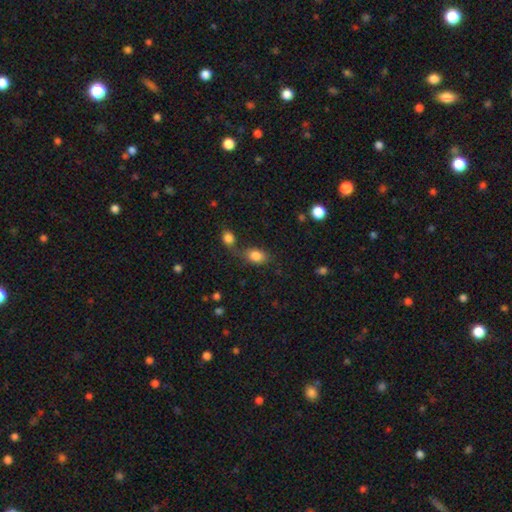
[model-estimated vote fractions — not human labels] A smooth galaxy with no disk features (83%) that is in between round and cigar-shaped (77%).

Vote fractions:
- Smooth or featured? smooth: 83% / star or artifact: 10% / featured or disk: 7%
- How rounded? in between: 77% / round: 21% / cigar-shaped: 2%
- Merging? none: 46% / merger: 31% / minor disturbance: 16% / major disturbance: 8%